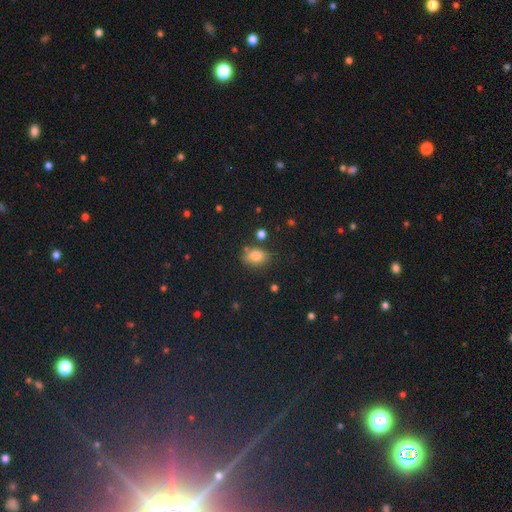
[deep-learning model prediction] smooth 80%, star or artifact 11%, featured or disk 8%. Down the decision tree: how rounded — in between (72%); merging — none (75%).